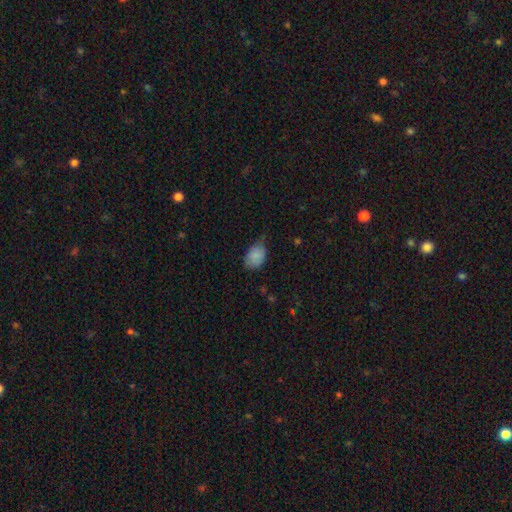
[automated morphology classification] smooth_or_featured: smooth (p=0.85) [alt: star or artifact p=0.08]
how_rounded: in between (p=0.79) [alt: round p=0.20]
merging: none (p=0.54) [alt: minor disturbance p=0.37]